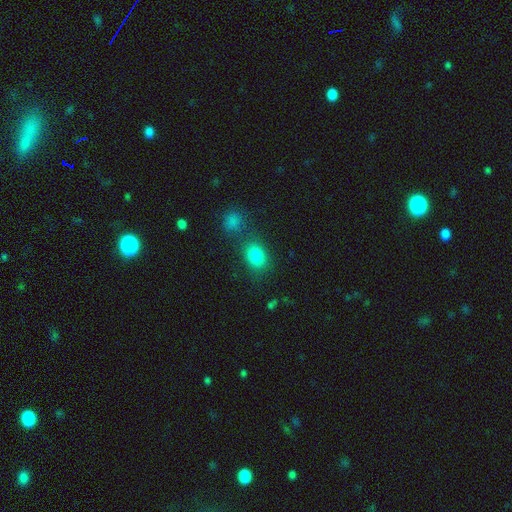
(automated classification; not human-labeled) The model was most divided on "how rounded": in between: 67%, round: 32%, cigar-shaped: 1%. More confident: smooth or featured — smooth (82%); merging — none (62%).